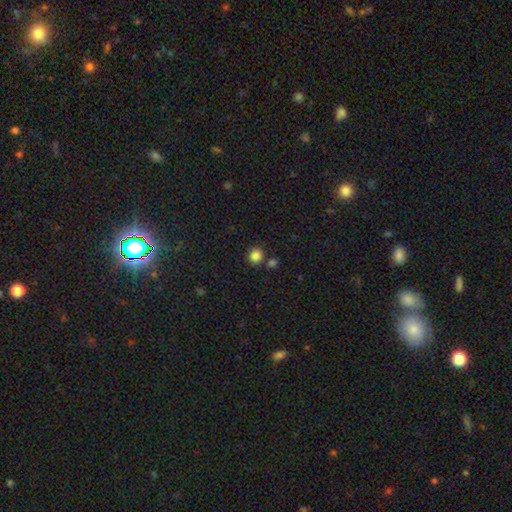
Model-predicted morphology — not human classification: A smooth galaxy with no disk features (84%) that is round (88%).

Vote fractions:
- Smooth or featured? smooth: 84% / star or artifact: 12% / featured or disk: 4%
- How rounded? round: 88% / in between: 11% / cigar-shaped: 1%
- Merging? none: 78% / merger: 11% / minor disturbance: 8% / major disturbance: 3%